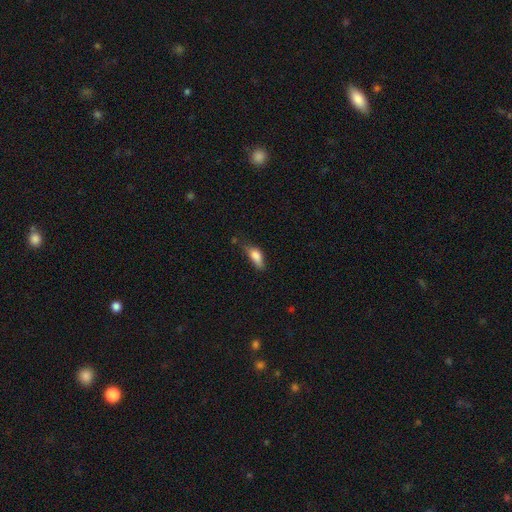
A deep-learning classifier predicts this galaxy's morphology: type=smooth (80%); roundness=in between (79%); merging=none (40%).